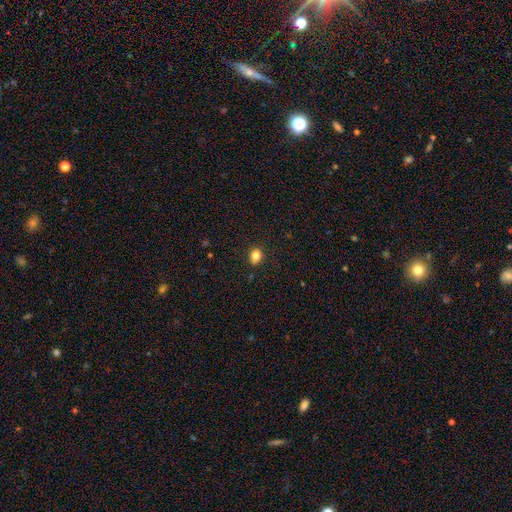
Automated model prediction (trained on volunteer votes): Smooth or featured?
  - smooth: 83% *
  - star or artifact: 12%
  - featured or disk: 6%
How rounded?
  - round: 54% *
  - in between: 45%
  - cigar-shaped: 1%
Merging?
  - none: 85% *
  - minor disturbance: 12%
  - major disturbance: 2%
  - merger: 1%